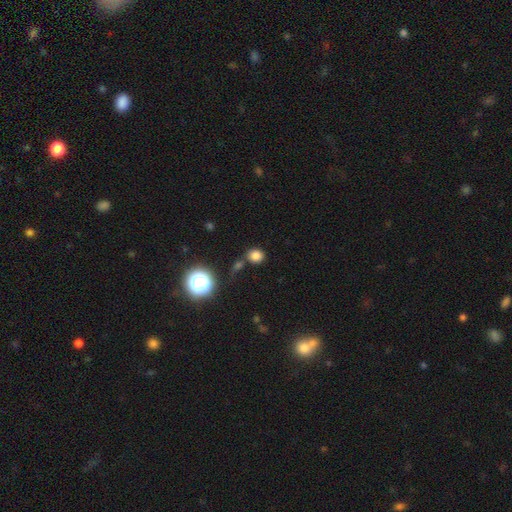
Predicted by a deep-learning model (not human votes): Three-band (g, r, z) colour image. It shows a smooth galaxy with no disk features (78%) that is round (78%). Merging: none (72%).